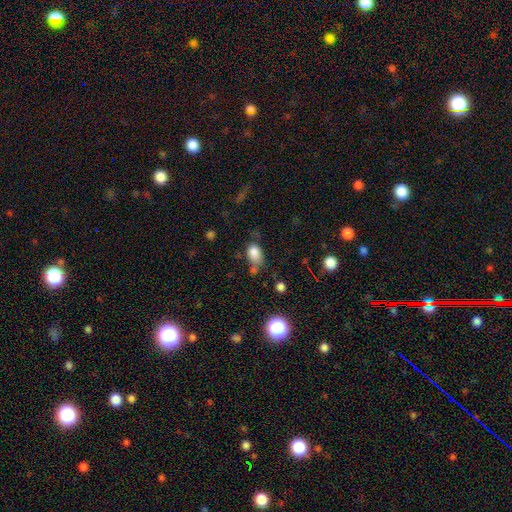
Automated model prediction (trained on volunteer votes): Smooth or featured? Predicted: smooth (p=0.81). How rounded? Predicted: in between (p=0.80). Merging? Predicted: none (p=0.52).